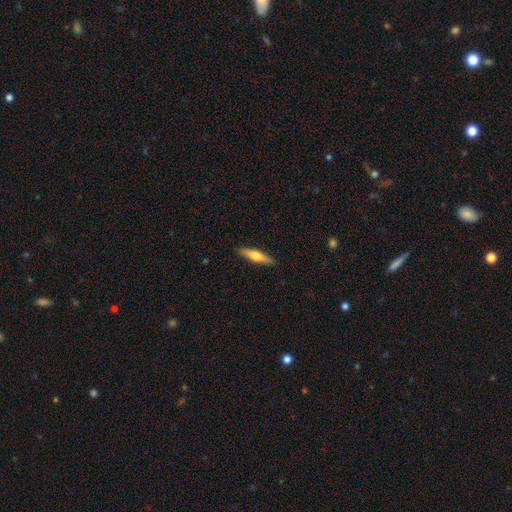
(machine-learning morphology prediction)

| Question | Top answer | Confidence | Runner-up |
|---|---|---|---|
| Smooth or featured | smooth | 62% | featured or disk (32%) |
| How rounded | cigar-shaped | 75% | in between (23%) |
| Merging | none | 89% | minor disturbance (8%) |